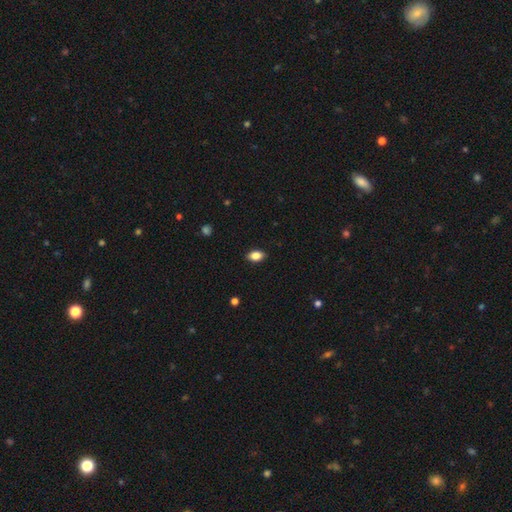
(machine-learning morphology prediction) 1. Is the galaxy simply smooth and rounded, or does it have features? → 85% smooth, 9% star or artifact, 7% featured or disk.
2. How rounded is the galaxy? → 88% in between, 10% round, 2% cigar-shaped.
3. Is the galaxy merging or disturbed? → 88% none, 9% minor disturbance, 2% major disturbance, 1% merger.